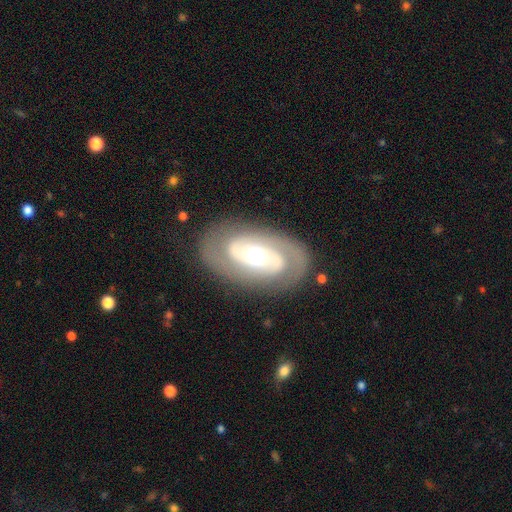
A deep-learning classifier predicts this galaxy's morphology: A featured or disk galaxy (83%) with no bar (58%), 2 (82%) tight (52%) spiral arms (88%) and a moderate central bulge (67%). Merging: none (82%).